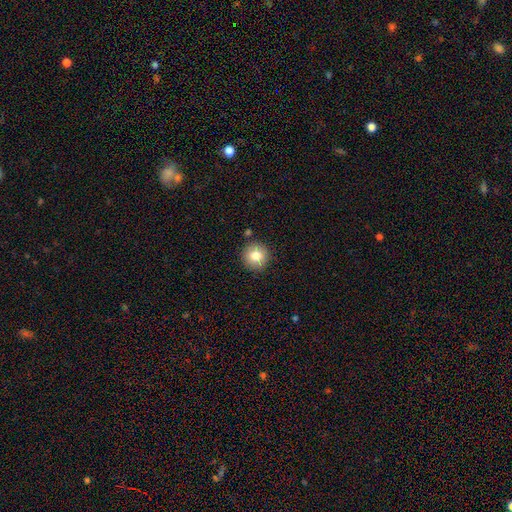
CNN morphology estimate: Q: Smooth or featured?
A: smooth (81%); runner-up: featured or disk (10%)
Q: How rounded?
A: round (94%); runner-up: in between (5%)
Q: Merging?
A: none (88%); runner-up: minor disturbance (7%)